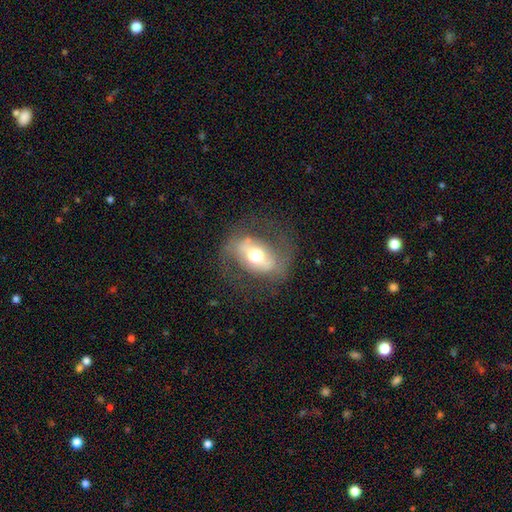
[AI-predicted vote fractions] Smooth or featured?
  - featured or disk: 61% *
  - smooth: 31%
  - star or artifact: 7%
Edge-on disk?
  - no: 87% *
  - yes: 13%
Bar?
  - strong: 48% *
  - weak: 26%
  - no: 26%
Spiral arms?
  - no: 58% *
  - yes: 42%
Bulge size?
  - moderate: 67% *
  - large: 23%
  - small: 7%
  - dominant: 3%
  - none: 1%
Merging?
  - none: 69% *
  - minor disturbance: 16%
  - major disturbance: 14%
  - merger: 1%